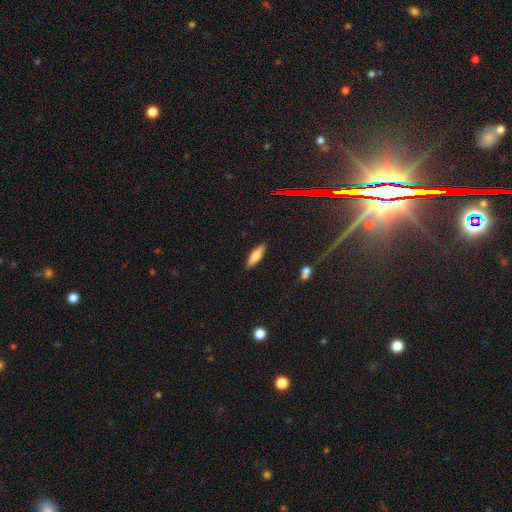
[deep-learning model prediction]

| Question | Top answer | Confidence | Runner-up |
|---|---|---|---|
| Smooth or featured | smooth | 76% | featured or disk (17%) |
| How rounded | cigar-shaped | 55% | in between (43%) |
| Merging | none | 88% | minor disturbance (9%) |